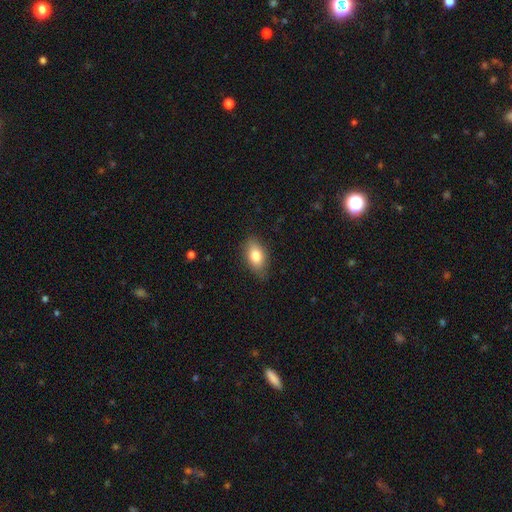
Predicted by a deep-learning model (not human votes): Overall: smooth (79%). How rounded: in between (88%). Merging: none (78%).